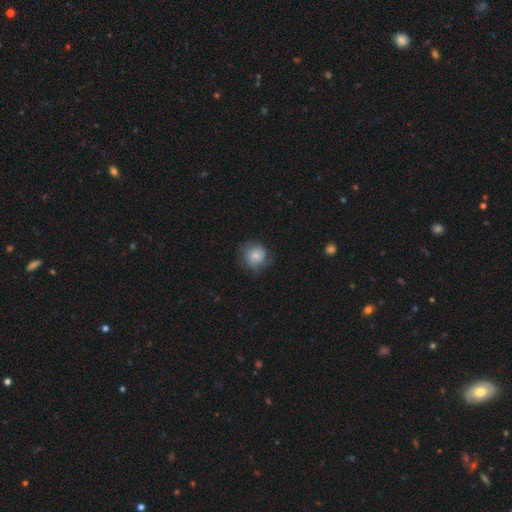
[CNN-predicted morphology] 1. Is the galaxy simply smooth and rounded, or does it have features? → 75% smooth, 16% featured or disk, 8% star or artifact.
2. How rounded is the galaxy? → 85% round, 14% in between, 1% cigar-shaped.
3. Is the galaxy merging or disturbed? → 63% none, 26% minor disturbance, 10% major disturbance, 1% merger.